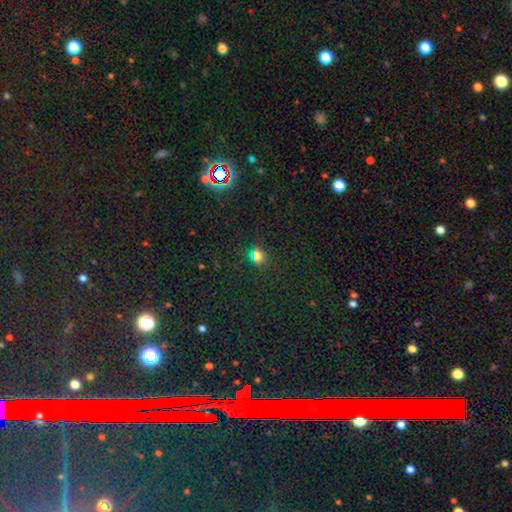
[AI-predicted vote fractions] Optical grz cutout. It shows a smooth galaxy with no disk features (67%) that is round (67%). Merging: none (82%).